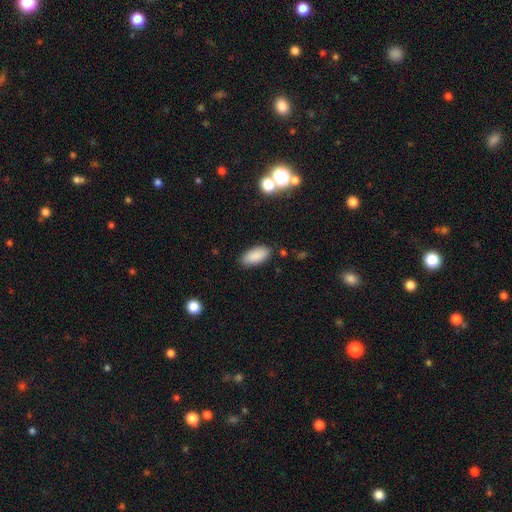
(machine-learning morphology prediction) Overall: smooth (89%). How rounded: in between (90%). Merging: none (87%).